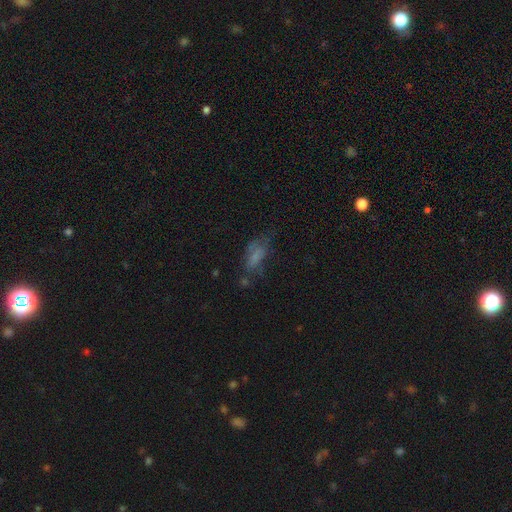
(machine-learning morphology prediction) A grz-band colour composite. It shows a smooth galaxy with no disk features (53%) that is in between round and cigar-shaped (75%). Merging: none (41%).